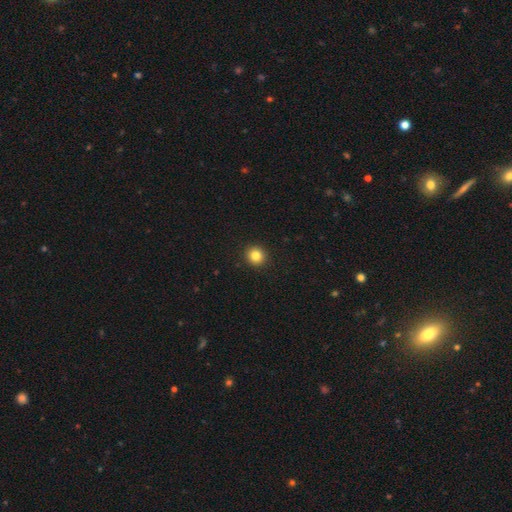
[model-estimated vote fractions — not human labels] smooth-or-featured: smooth: 84% | star or artifact: 11% | featured or disk: 5%
  how-rounded: round: 91% | in between: 8% | cigar-shaped: 1%
  merging: none: 93% | minor disturbance: 4% | major disturbance: 2% | merger: 1%